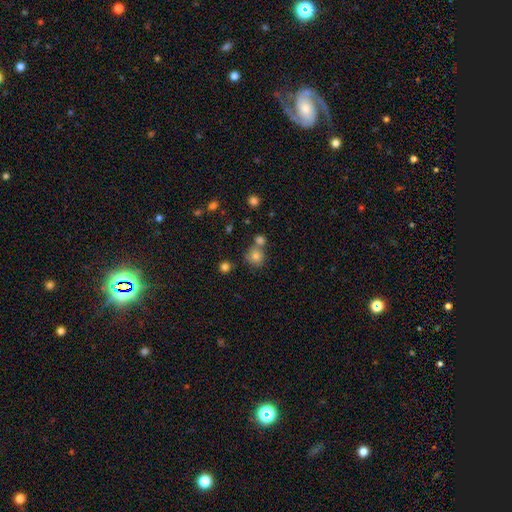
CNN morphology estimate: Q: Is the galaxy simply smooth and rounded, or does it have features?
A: smooth — 79%.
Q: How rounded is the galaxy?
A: round — 85%.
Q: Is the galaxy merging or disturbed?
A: none — 58%.